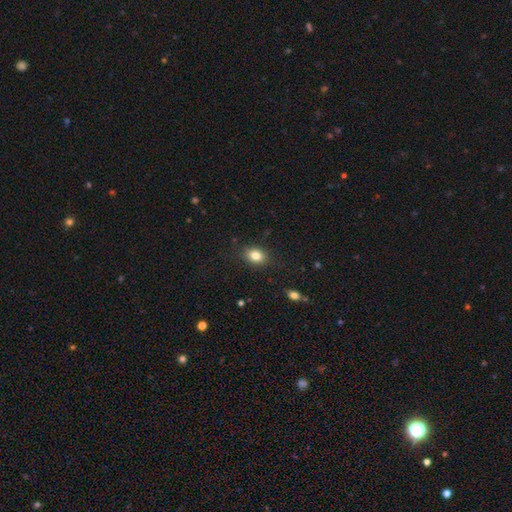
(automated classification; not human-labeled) The model was most divided on "how rounded": in between: 61%, round: 37%, cigar-shaped: 1%. More confident: merging — none (86%); smooth or featured — smooth (83%).